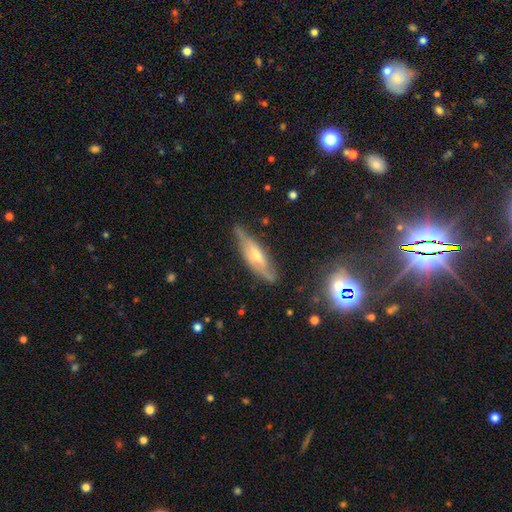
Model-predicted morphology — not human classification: type=featured or disk (65%); edge-on=yes (60%); merging=none (72%).